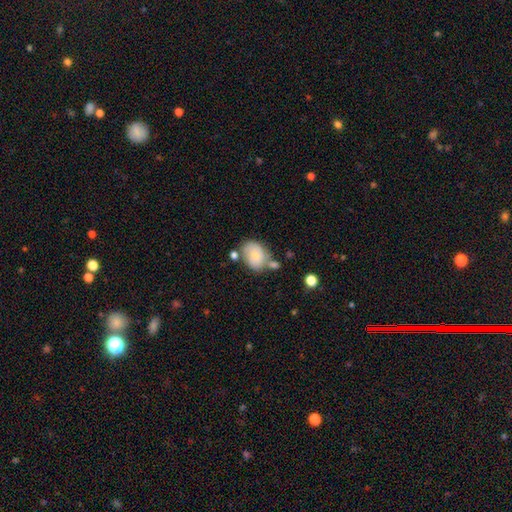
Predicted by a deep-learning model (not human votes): This appears to be a smooth galaxy with no disk features (68%) that is in between round and cigar-shaped (64%). Merging: none (51%).